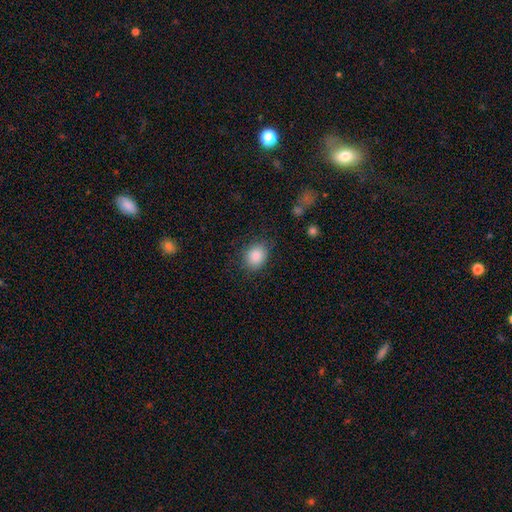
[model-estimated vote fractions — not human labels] Q: Smooth or featured?
A: smooth (87%); runner-up: star or artifact (8%)
Q: How rounded?
A: round (51%); runner-up: in between (48%)
Q: Merging?
A: none (79%); runner-up: minor disturbance (15%)